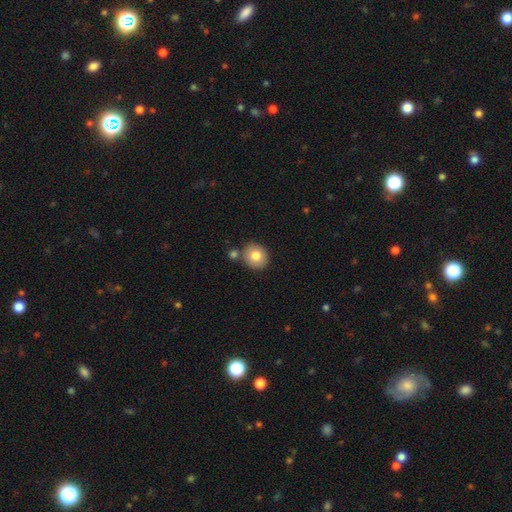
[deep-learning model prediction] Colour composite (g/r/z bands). It shows a smooth galaxy with no disk features (81%) that is round (81%). Merging: none (74%).